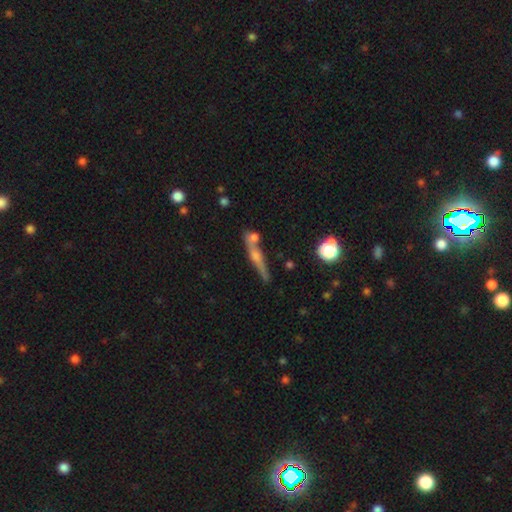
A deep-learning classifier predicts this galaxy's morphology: Q: Smooth or featured?
A: featured or disk (54%); runner-up: smooth (35%)
Q: Edge-on disk?
A: yes (91%); runner-up: no (9%)
Q: Merging?
A: none (66%); runner-up: merger (17%)